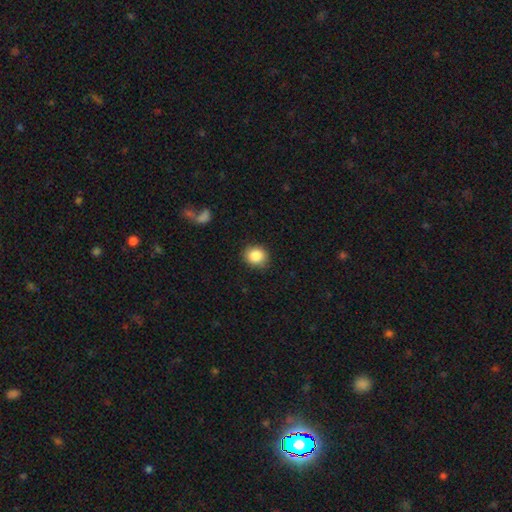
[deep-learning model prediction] smooth-or-featured: smooth: 87% | star or artifact: 9% | featured or disk: 4%
  how-rounded: round: 78% | in between: 21% | cigar-shaped: 1%
  merging: none: 87% | minor disturbance: 9% | major disturbance: 2% | merger: 1%